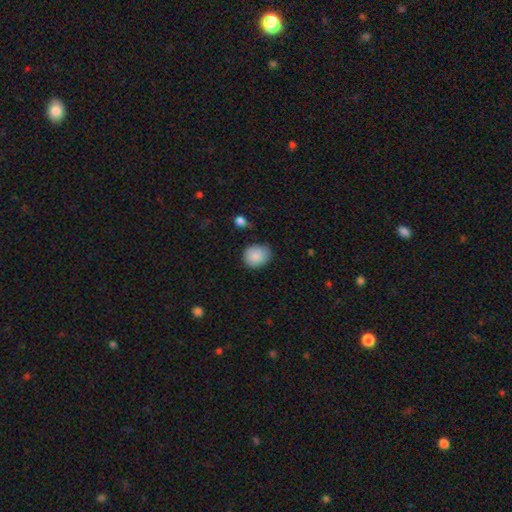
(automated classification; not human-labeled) This appears to be a smooth galaxy with no disk features (87%) that is round (61%). Merging: none (76%).